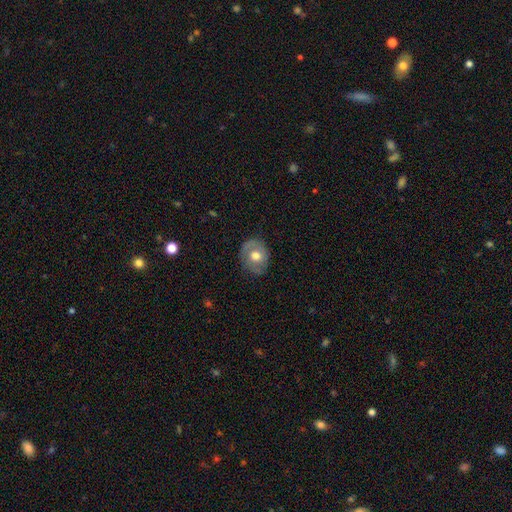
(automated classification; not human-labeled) A smooth galaxy with no disk features (52%) that is round (59%). Merging: none (74%).